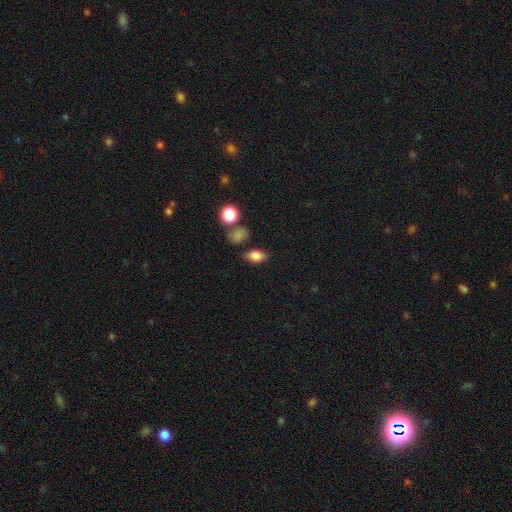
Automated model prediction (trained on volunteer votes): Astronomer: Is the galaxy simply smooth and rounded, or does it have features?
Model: smooth — 80%.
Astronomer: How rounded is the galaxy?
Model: in between — 84%.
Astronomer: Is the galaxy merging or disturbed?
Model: none — 71%.